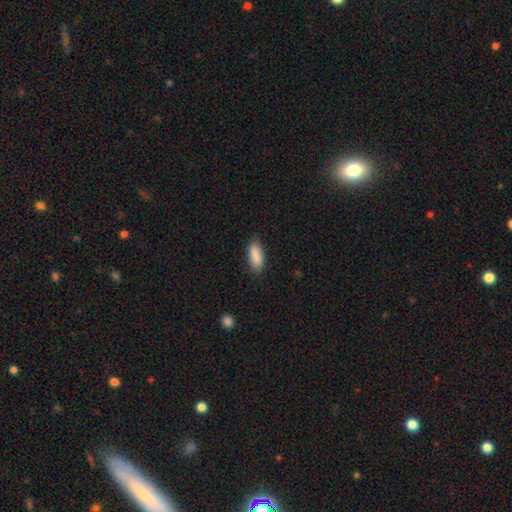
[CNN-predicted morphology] Overall: smooth (89%). How rounded: in between (76%). Merging: none (85%).